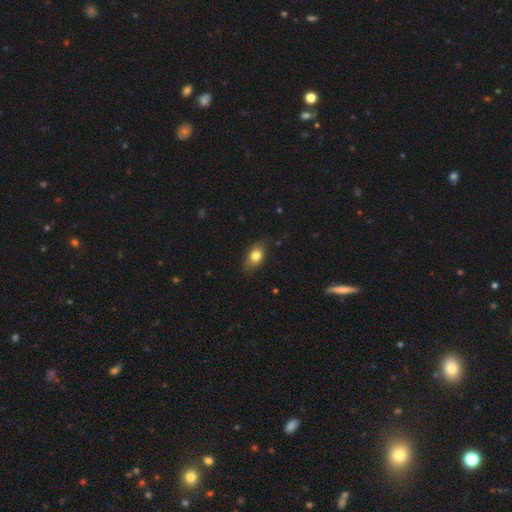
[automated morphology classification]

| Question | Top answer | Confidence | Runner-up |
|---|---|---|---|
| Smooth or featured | smooth | 79% | featured or disk (13%) |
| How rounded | in between | 84% | round (12%) |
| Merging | none | 79% | minor disturbance (17%) |